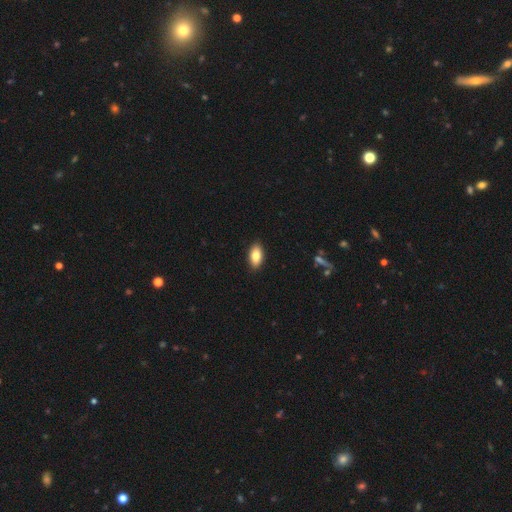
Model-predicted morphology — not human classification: smooth_or_featured: smooth (p=0.82) [alt: featured or disk p=0.11]
how_rounded: in between (p=0.91) [alt: cigar-shaped p=0.05]
merging: none (p=0.90) [alt: minor disturbance p=0.07]